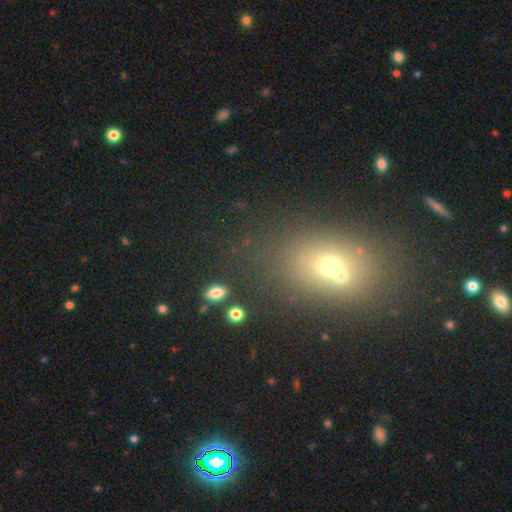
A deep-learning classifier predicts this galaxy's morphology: smooth_or_featured: smooth (p=0.48) [alt: star or artifact p=0.35]
merging: none (p=0.59) [alt: merger p=0.24]